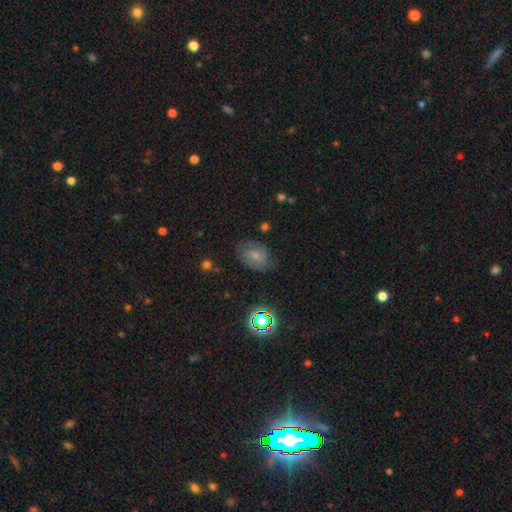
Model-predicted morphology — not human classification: Overall: smooth (49%; featured or disk 35%). Merging: none (68%).